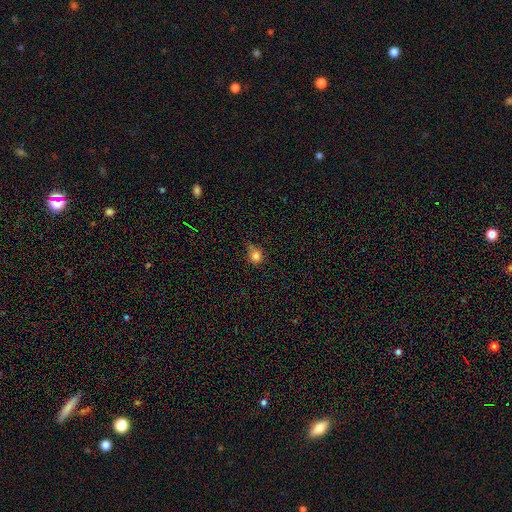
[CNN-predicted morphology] Overall: smooth (81%). How rounded: round (79%). Merging: none (58%; minor disturbance 32%).